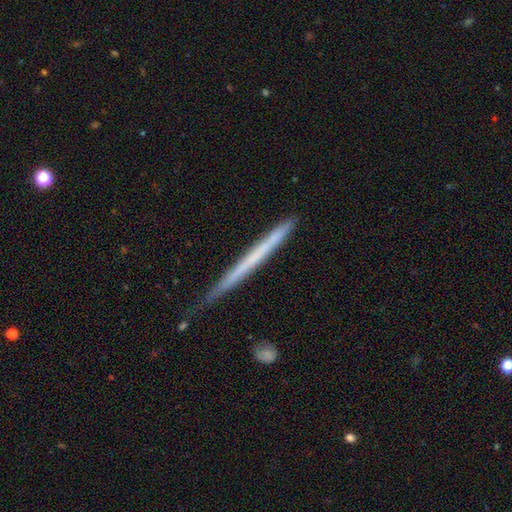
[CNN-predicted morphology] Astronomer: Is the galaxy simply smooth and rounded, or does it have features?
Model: featured or disk — 48% (runner-up: smooth, 46%).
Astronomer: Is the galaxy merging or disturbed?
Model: none — 79%.